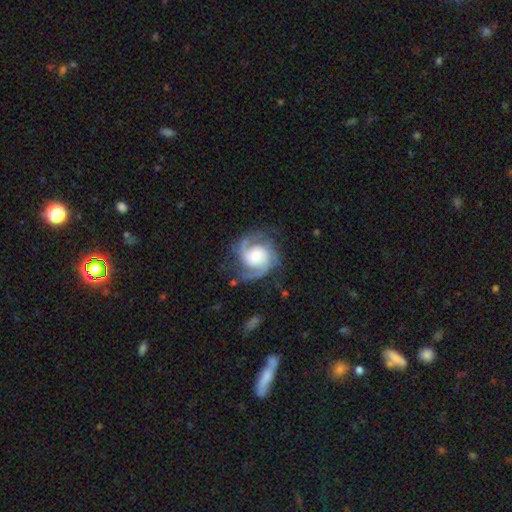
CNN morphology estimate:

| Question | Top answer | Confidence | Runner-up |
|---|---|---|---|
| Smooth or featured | featured or disk | 87% | smooth (7%) |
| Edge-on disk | no | 98% | yes (2%) |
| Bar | no | 62% | weak (30%) |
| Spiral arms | yes | 97% | no (3%) |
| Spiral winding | medium | 49% | tight (38%) |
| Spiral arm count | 2 | 69% | 3 (15%) |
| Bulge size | moderate | 49% | small (28%) |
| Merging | none | 72% | minor disturbance (17%) |